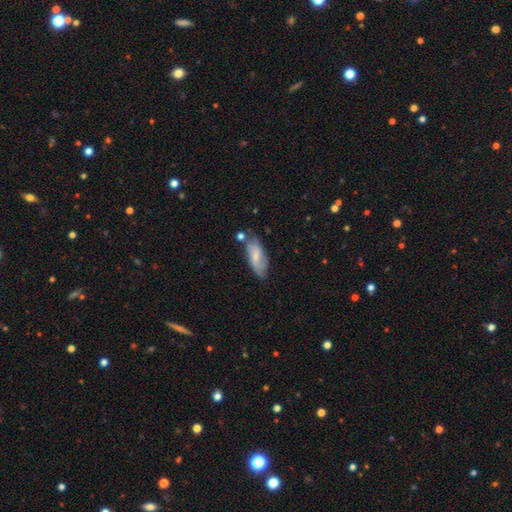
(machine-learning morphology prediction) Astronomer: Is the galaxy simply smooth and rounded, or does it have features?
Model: smooth — 66%.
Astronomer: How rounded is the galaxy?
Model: in between — 74%.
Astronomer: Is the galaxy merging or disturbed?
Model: none — 60%.